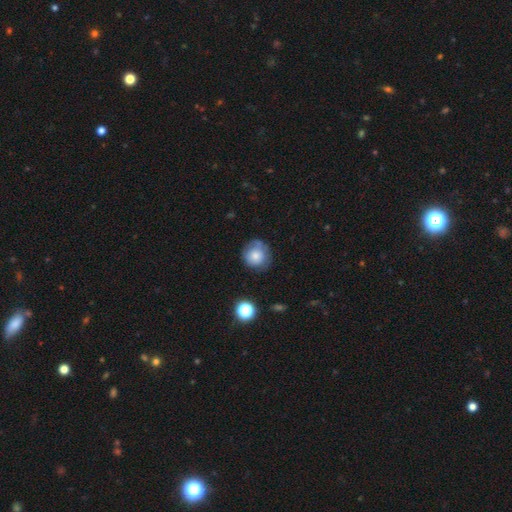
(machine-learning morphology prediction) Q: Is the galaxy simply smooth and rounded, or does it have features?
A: smooth — 73%.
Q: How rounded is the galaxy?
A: round — 89%.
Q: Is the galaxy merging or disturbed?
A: none — 66%.